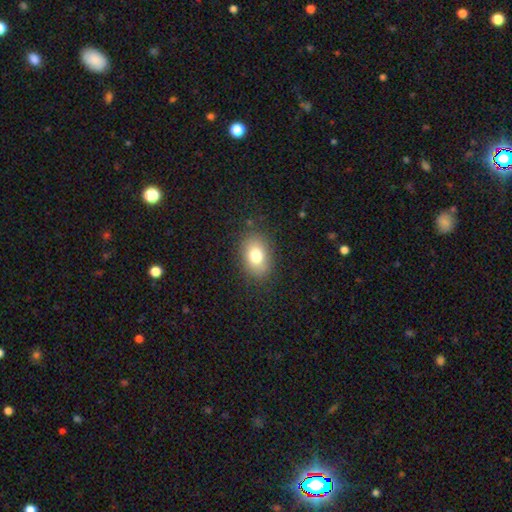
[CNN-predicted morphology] Smooth or featured: smooth — 77% (featured or disk — 13%)
How rounded: in between — 78% (round — 21%)
Merging: none — 84% (minor disturbance — 11%)